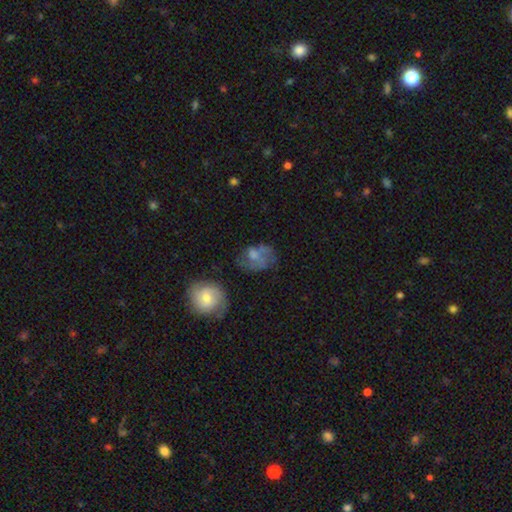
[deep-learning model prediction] Morphology: type=smooth (46%); merging=none (41%).